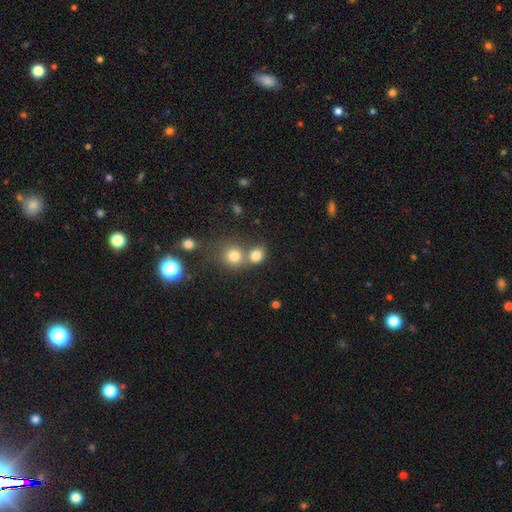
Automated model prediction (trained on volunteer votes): A smooth galaxy with no disk features (80%) that is round (71%). Merging: none (48%).